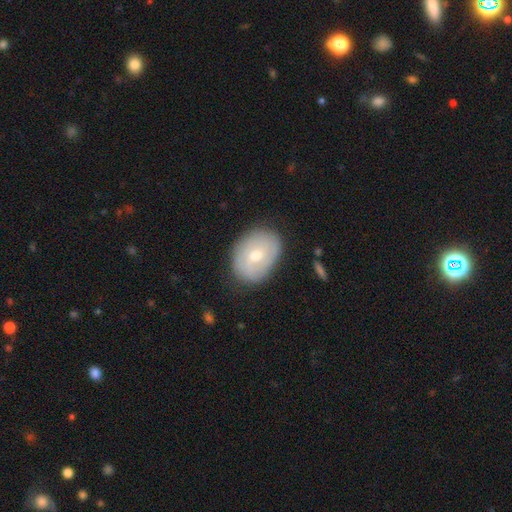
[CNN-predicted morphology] Q: Smooth or featured?
A: smooth (53%); runner-up: featured or disk (40%)
Q: How rounded?
A: in between (70%); runner-up: round (29%)
Q: Merging?
A: none (80%); runner-up: minor disturbance (15%)